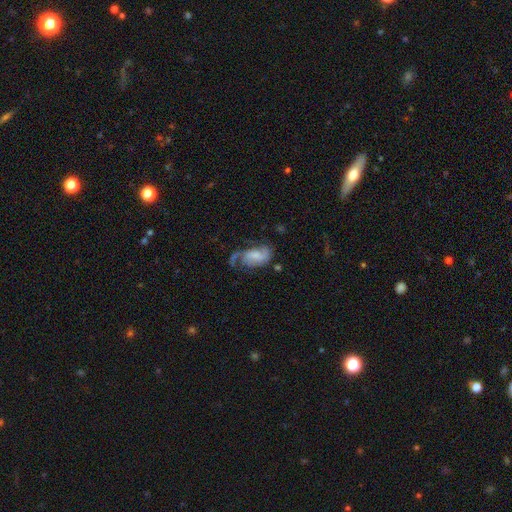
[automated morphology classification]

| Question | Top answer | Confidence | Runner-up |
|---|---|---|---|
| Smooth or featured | featured or disk | 61% | smooth (31%) |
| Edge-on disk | no | 96% | yes (4%) |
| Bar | no | 49% | weak (40%) |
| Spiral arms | yes | 85% | no (15%) |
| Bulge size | small | 30% | moderate (28%) |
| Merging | major disturbance | 37% | none (34%) |